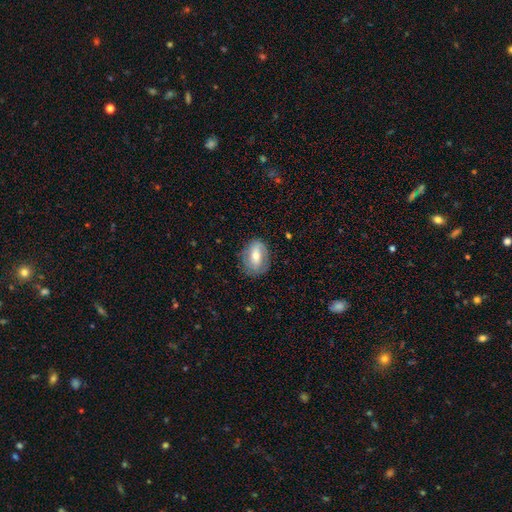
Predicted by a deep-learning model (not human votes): smooth_or_featured: smooth (p=0.48) [alt: featured or disk p=0.45]
merging: none (p=0.77) [alt: minor disturbance p=0.17]